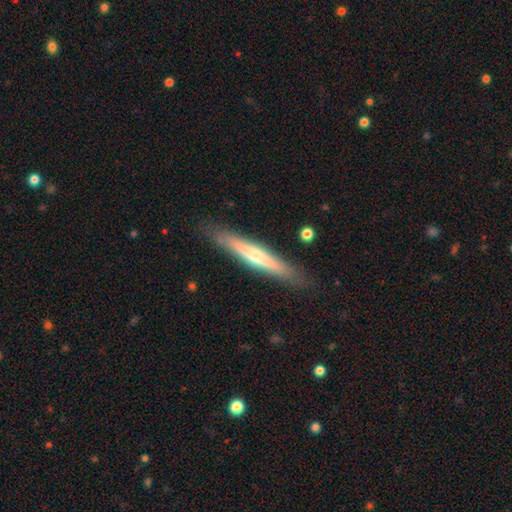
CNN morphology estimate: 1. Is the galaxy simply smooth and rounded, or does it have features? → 56% featured or disk, 39% smooth, 6% star or artifact.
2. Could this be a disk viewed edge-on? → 94% yes, 6% no.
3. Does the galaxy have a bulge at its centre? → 71% rounded, 24% none, 5% boxy.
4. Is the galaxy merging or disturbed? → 87% none, 9% minor disturbance, 2% major disturbance, 1% merger.